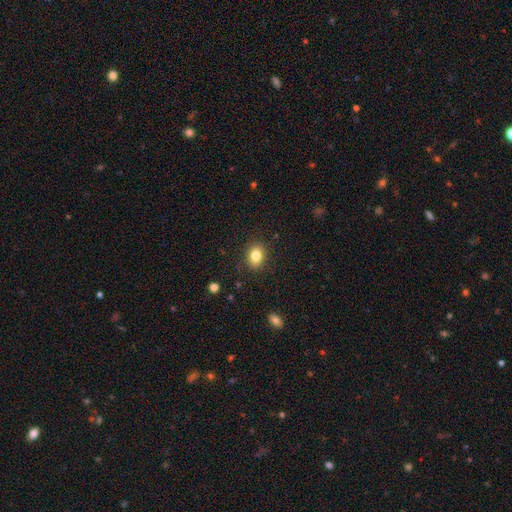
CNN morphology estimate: The model was most divided on "how rounded": in between: 63%, round: 36%, cigar-shaped: 1%. More confident: merging — none (86%); smooth or featured — smooth (83%).